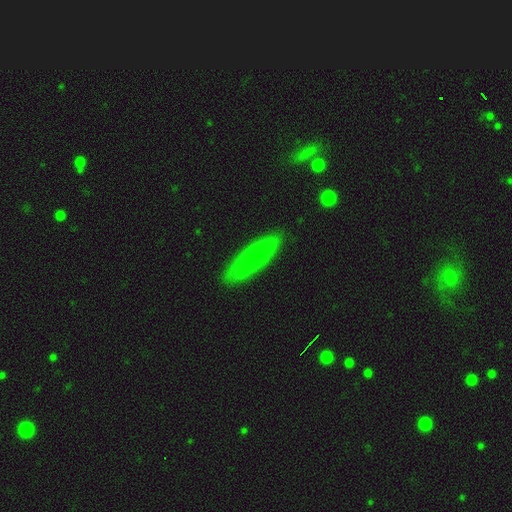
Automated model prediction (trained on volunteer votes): smooth 73%, featured or disk 20%, star or artifact 7%. Down the decision tree: how rounded — cigar-shaped (66%); merging — none (85%).